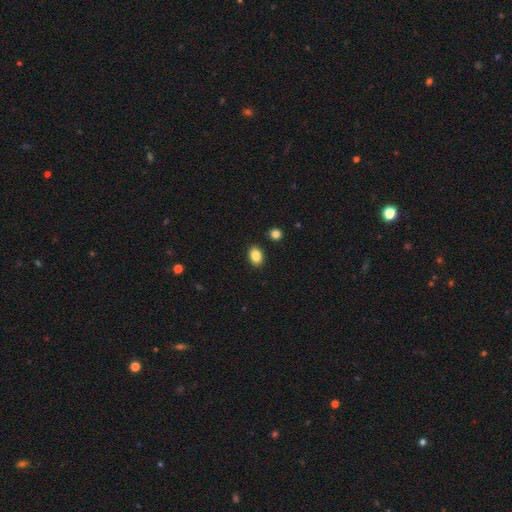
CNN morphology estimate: The model was most divided on "how rounded": in between: 78%, round: 21%, cigar-shaped: 1%. More confident: merging — none (88%); smooth or featured — smooth (86%).